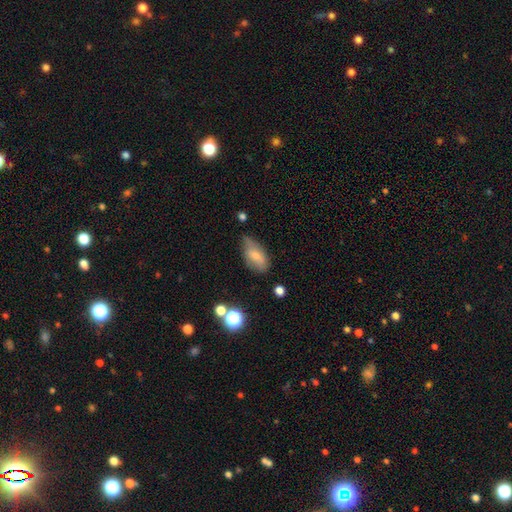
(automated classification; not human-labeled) Overall: smooth (67%). How rounded: in between (89%). Merging: none (56%; minor disturbance 33%).